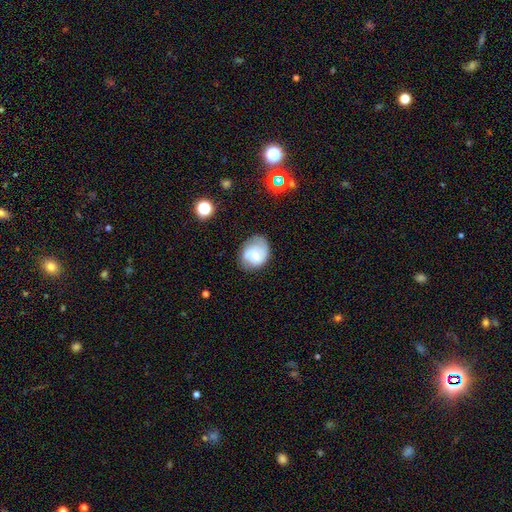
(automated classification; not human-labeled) The model was most divided on "smooth or featured": featured or disk: 55%, smooth: 37%, star or artifact: 8%. More confident: edge-on disk — no (97%); spiral arms — yes (75%); bar — no (59%); bulge size — small (56%); merging — none (55%).